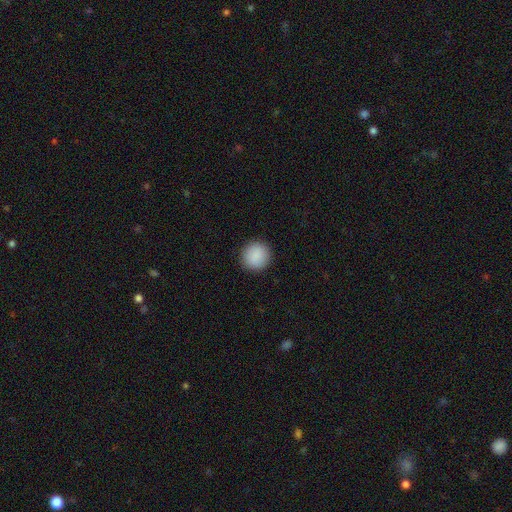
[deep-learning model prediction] A smooth galaxy with no disk features (89%) that is round (93%). Merging: none (92%).